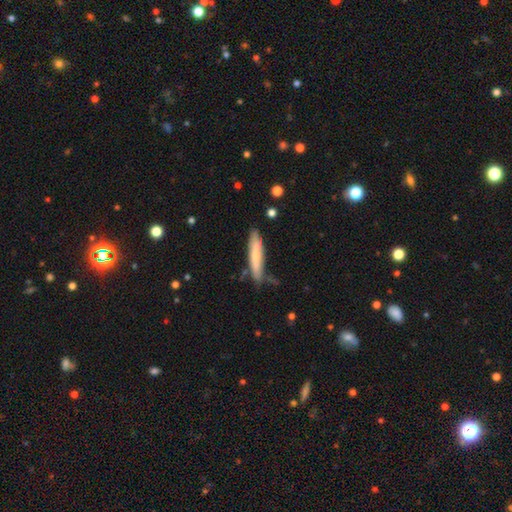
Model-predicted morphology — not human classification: A smooth galaxy with no disk features (63%) that is cigar-shaped (86%). Merging: none (70%).